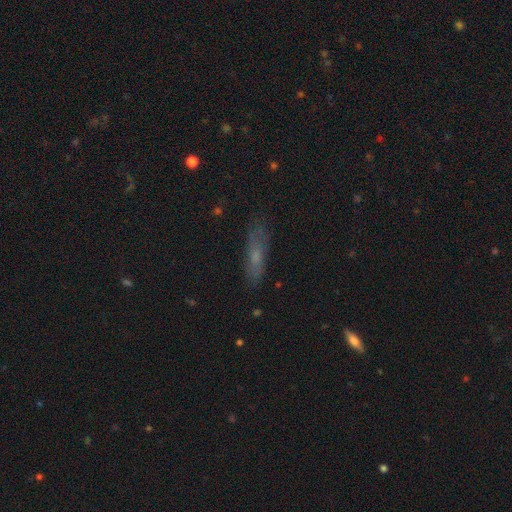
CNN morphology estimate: smooth_or_featured: smooth (p=0.53) [alt: featured or disk p=0.35]
how_rounded: cigar-shaped (p=0.66) [alt: in between p=0.31]
merging: none (p=0.78) [alt: minor disturbance p=0.16]